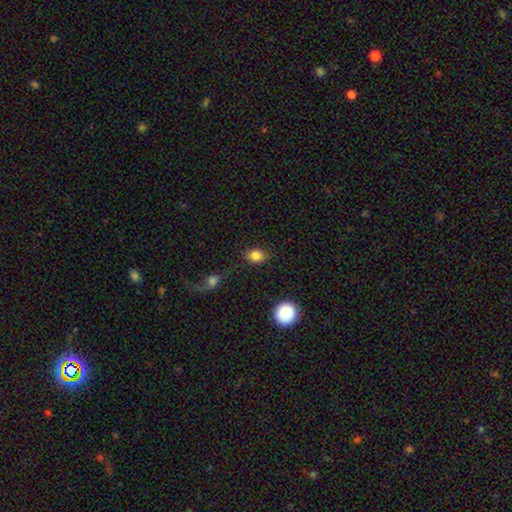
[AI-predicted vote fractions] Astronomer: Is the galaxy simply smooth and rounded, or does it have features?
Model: smooth — 84%.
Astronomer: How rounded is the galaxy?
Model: in between — 66%.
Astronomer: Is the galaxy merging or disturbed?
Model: none — 81%.